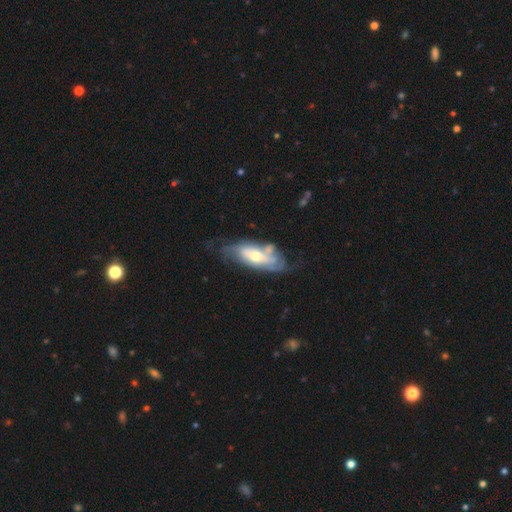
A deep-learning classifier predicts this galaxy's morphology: Smooth or featured? featured or disk (72%)
Edge-on disk? no (85%)
Bar? no (64%)
Spiral arms? yes (78%)
Bulge size? moderate (65%)
Merging? none (49%)